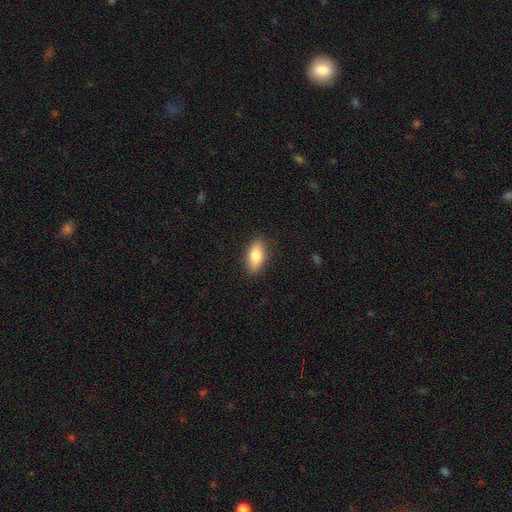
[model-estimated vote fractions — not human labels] This is likely a smooth galaxy (79%). How rounded: clearly in between (86%). Merging: clearly none (86%).